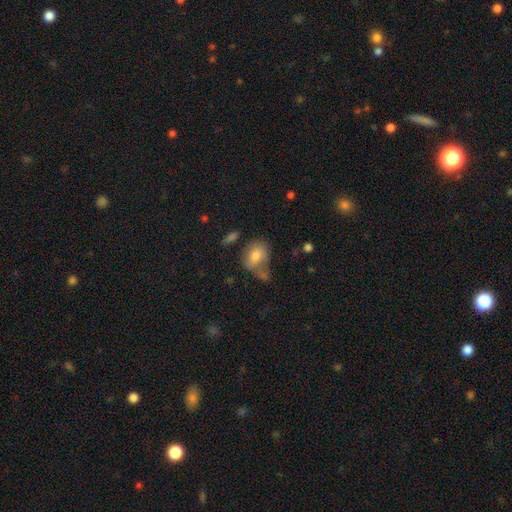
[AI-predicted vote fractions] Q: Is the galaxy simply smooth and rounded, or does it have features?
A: smooth — 74%.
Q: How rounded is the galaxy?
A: in between — 61%.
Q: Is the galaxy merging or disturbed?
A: none — 47%.